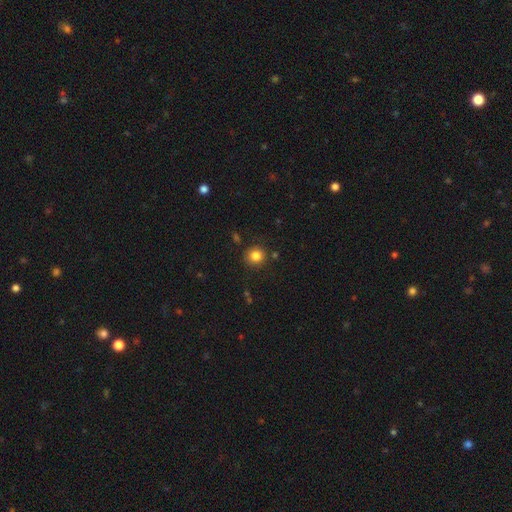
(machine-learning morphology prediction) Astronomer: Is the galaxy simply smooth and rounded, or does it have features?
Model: smooth — 83%.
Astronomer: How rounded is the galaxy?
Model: round — 91%.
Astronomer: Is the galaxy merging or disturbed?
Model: none — 87%.